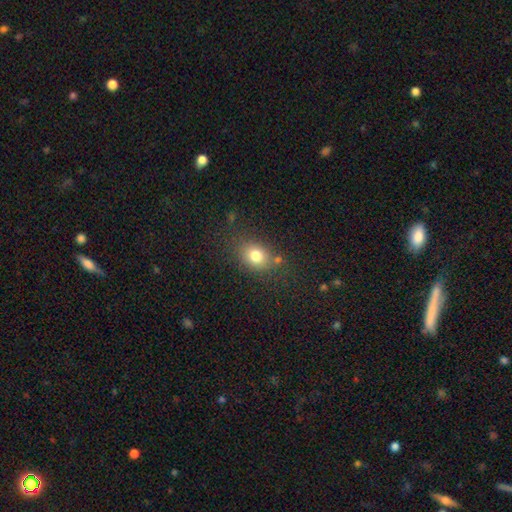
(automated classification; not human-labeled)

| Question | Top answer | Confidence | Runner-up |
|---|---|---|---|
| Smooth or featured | smooth | 78% | star or artifact (12%) |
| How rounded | in between | 51% | round (47%) |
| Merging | none | 74% | minor disturbance (15%) |